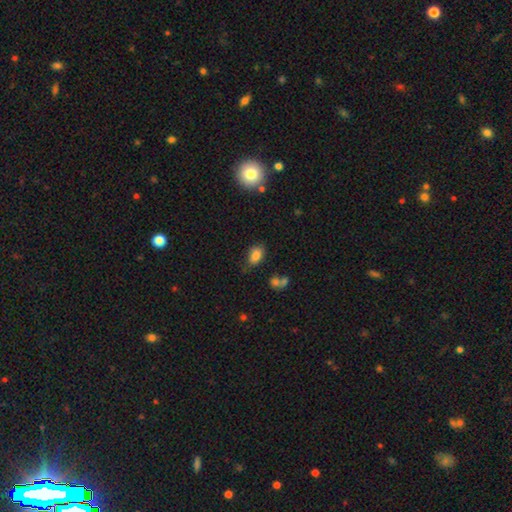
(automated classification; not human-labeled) smooth 82%, star or artifact 11%, featured or disk 8%. Down the decision tree: how rounded — in between (86%); merging — none (73%).